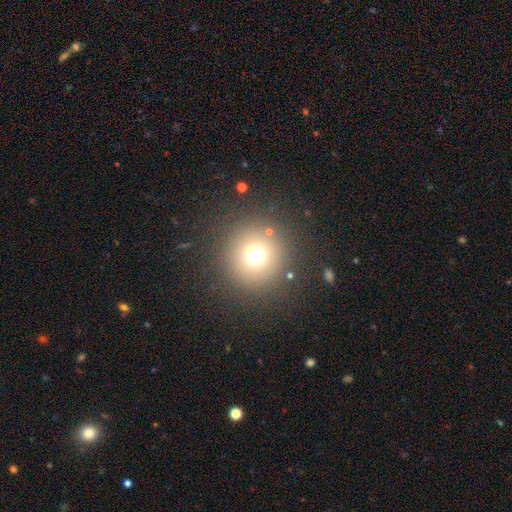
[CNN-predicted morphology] This appears to be a smooth galaxy with no disk features (66%) that is round (94%). Merging: none (87%).